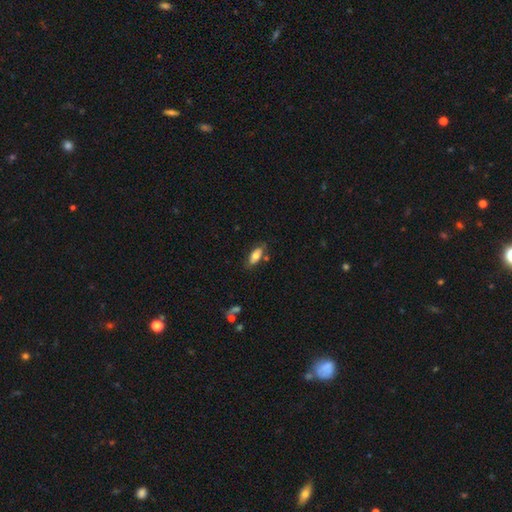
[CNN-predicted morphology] This appears to be a smooth galaxy with no disk features (68%) that is in between round and cigar-shaped (85%). Merging: none (72%).